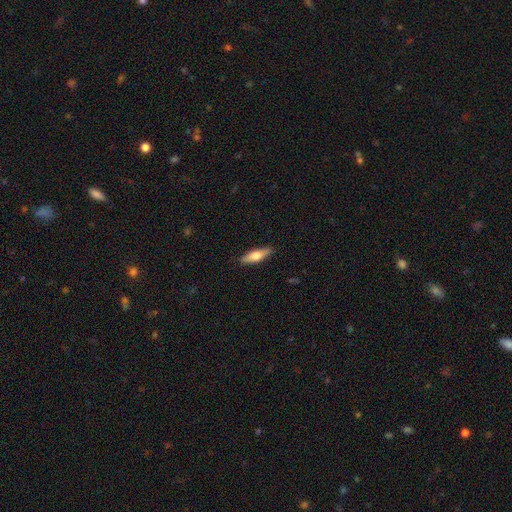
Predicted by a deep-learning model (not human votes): This is possibly a smooth galaxy (60%). How rounded: possibly cigar-shaped (57%). Merging: clearly none (87%).